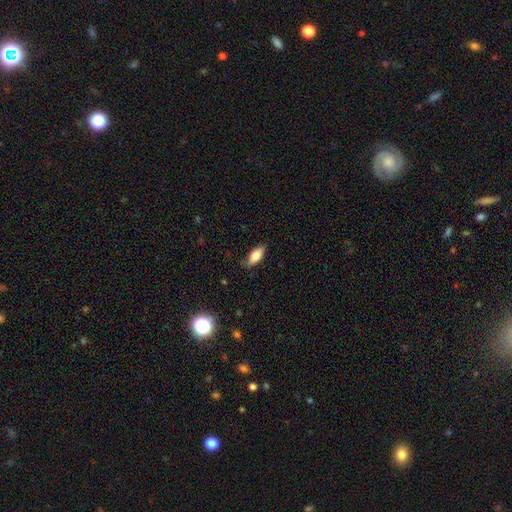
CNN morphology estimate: type=smooth (69%); roundness=in between (77%); merging=none (80%).